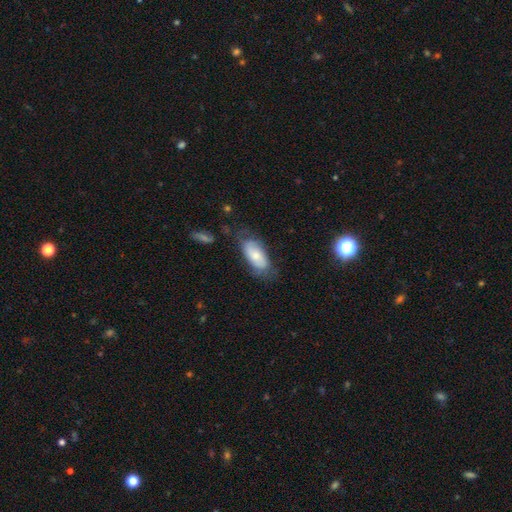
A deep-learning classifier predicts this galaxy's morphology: The model was most divided on "merging": none: 58%, minor disturbance: 27%, major disturbance: 11%, merger: 3%. More confident: how rounded — in between (90%); smooth or featured — smooth (62%).